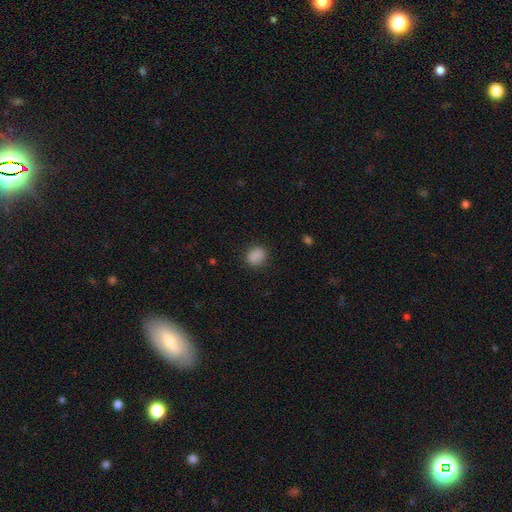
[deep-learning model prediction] This is clearly a smooth galaxy (87%). How rounded: possibly in between (52%). Merging: clearly none (85%).